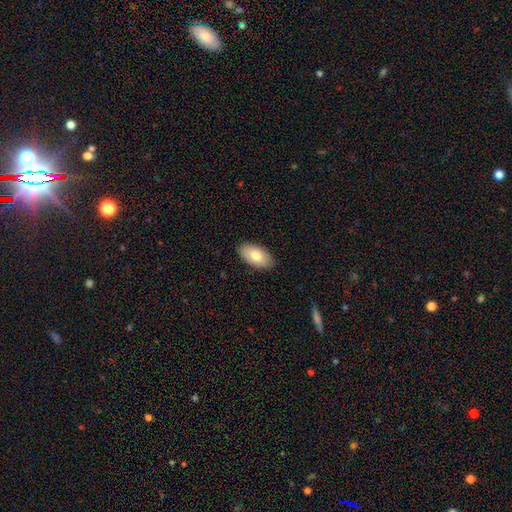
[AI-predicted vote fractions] Smooth or featured?
  - smooth: 76% *
  - featured or disk: 18%
  - star or artifact: 6%
How rounded?
  - in between: 94% *
  - round: 3%
  - cigar-shaped: 3%
Merging?
  - none: 88% *
  - minor disturbance: 9%
  - major disturbance: 2%
  - merger: 1%